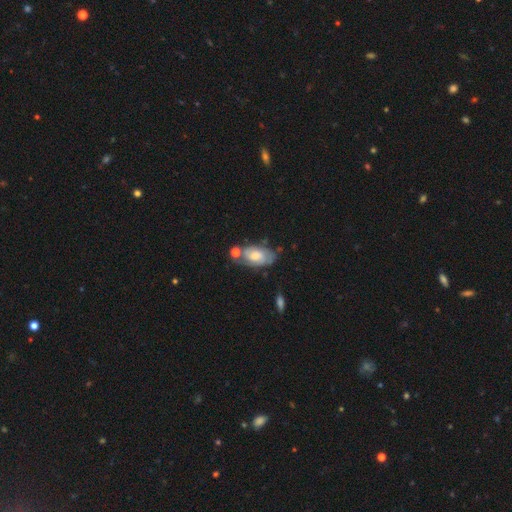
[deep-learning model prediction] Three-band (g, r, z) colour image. It shows a featured or disk galaxy (51%). Merging: none (50%).